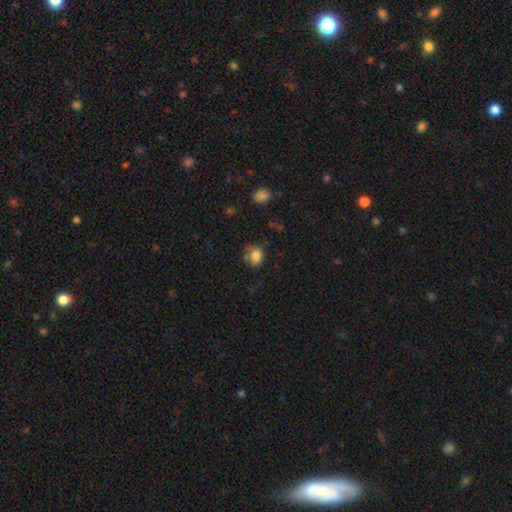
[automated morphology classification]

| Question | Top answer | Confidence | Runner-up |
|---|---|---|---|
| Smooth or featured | smooth | 81% | star or artifact (11%) |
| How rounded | in between | 59% | round (40%) |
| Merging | none | 54% | minor disturbance (26%) |